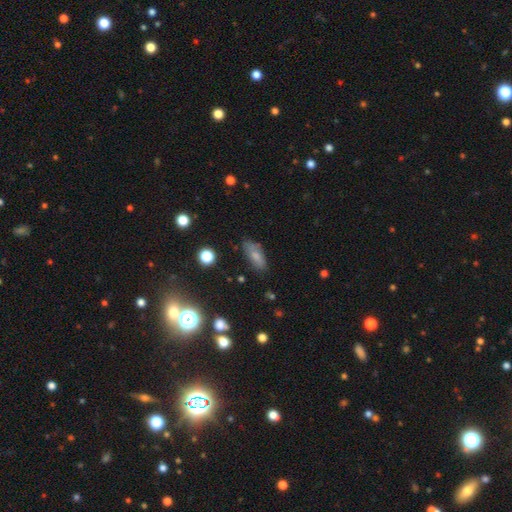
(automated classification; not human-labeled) Morphology: type=smooth (68%); roundness=in between (80%); merging=none (66%).